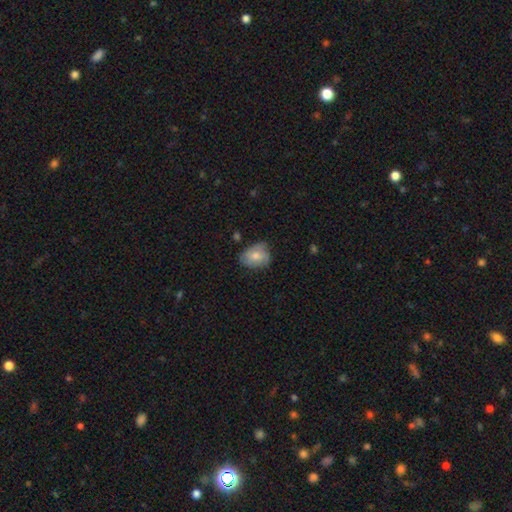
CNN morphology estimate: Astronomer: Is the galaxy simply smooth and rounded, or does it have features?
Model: smooth — 71%.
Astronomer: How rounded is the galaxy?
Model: in between — 63%.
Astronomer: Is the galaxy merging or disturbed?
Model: none — 60%.